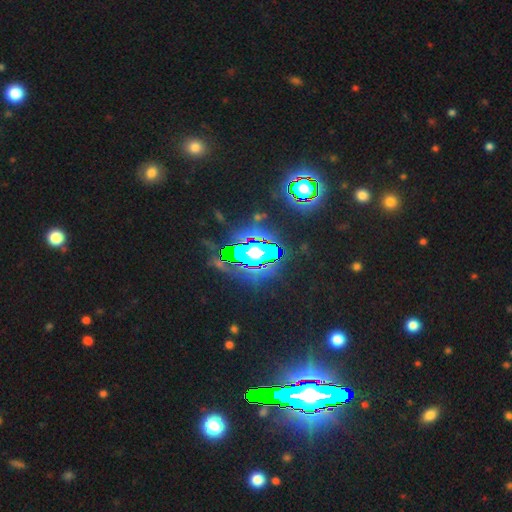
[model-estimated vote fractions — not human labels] Smooth or featured: star or artifact — 80% (featured or disk — 11%)